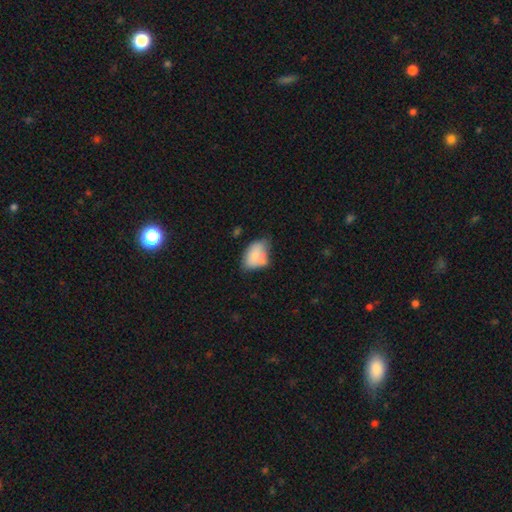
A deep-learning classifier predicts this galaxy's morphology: Smooth or featured? smooth (75%)
How rounded? in between (84%)
Merging? minor disturbance (37%)